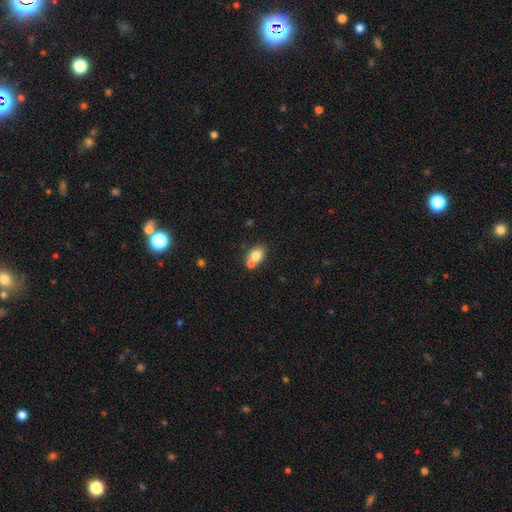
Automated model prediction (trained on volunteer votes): The model was most divided on "merging": none: 47%, merger: 41%, minor disturbance: 10%, major disturbance: 3%. More confident: smooth or featured — smooth (77%); how rounded — in between (59%).